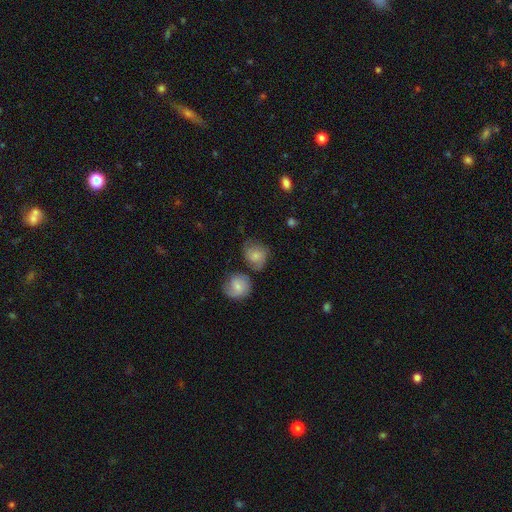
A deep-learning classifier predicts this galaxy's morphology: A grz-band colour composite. It shows a smooth galaxy with no disk features (66%) that is round (67%). Merging: none (51%).